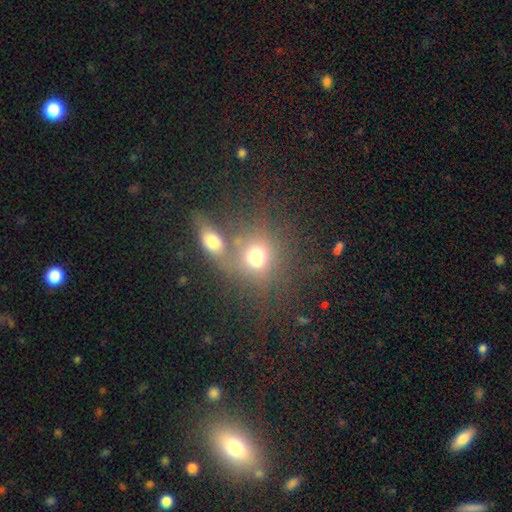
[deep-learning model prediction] A smooth galaxy with no disk features (69%) that is round (63%). Merging: merger (54%).